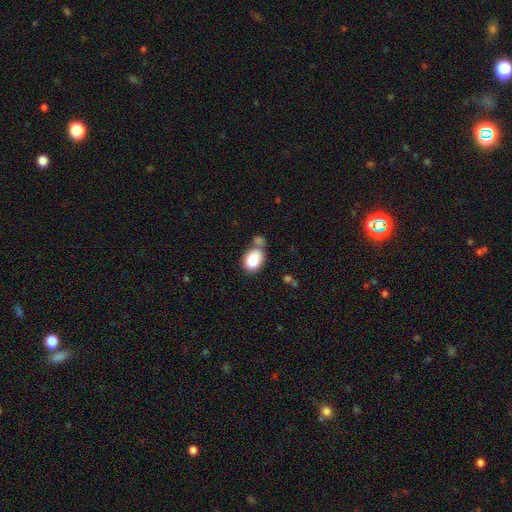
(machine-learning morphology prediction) The model was most divided on "merging": none: 42%, merger: 32%, minor disturbance: 19%, major disturbance: 7%. More confident: smooth or featured — smooth (81%); how rounded — in between (76%).